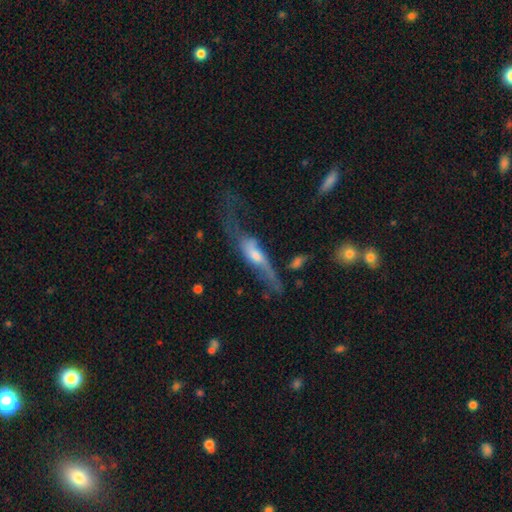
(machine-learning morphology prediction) A featured or disk galaxy (52%). Merging: major disturbance (48%).